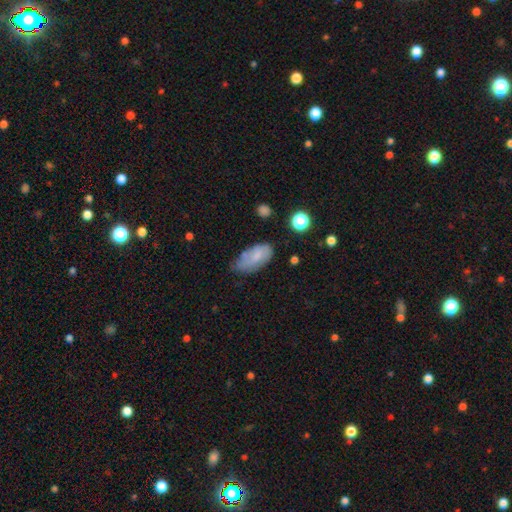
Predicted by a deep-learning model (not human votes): Overall: smooth (71%). How rounded: in between (91%). Merging: none (58%; minor disturbance 30%).